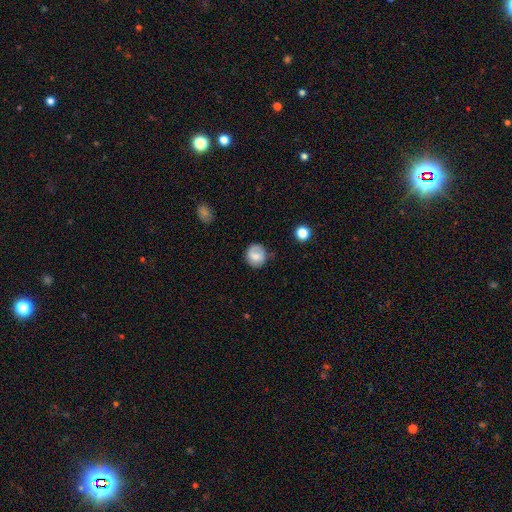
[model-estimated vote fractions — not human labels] Smooth or featured: smooth — 70% (featured or disk — 21%)
How rounded: round — 83% (in between — 16%)
Merging: none — 74% (minor disturbance — 19%)